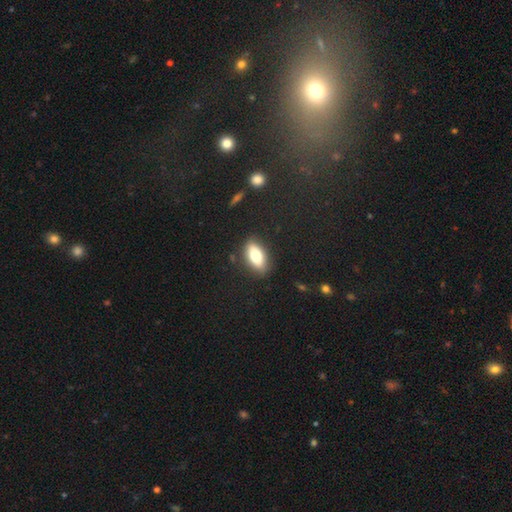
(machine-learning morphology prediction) This is likely a smooth galaxy (73%). How rounded: clearly in between (83%). Merging: clearly none (85%).